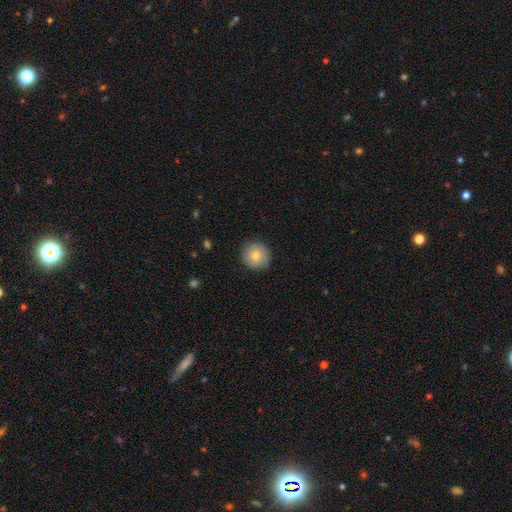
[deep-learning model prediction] smooth-or-featured: smooth: 82% | featured or disk: 10% | star or artifact: 8%
  how-rounded: round: 94% | in between: 5% | cigar-shaped: 1%
  merging: none: 89% | minor disturbance: 8% | major disturbance: 2% | merger: 1%